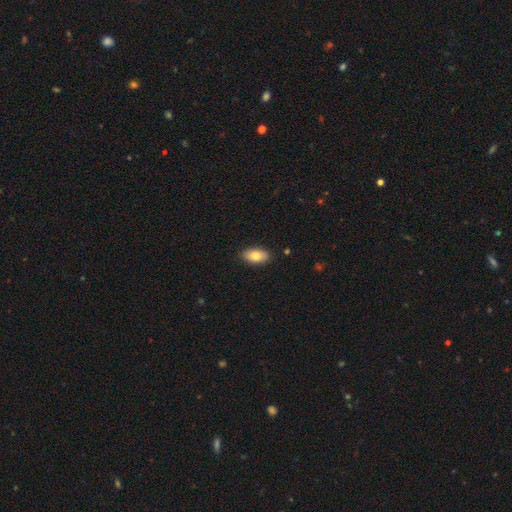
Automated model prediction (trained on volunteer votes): Smooth or featured: smooth — 79% (featured or disk — 14%)
How rounded: in between — 92% (round — 5%)
Merging: none — 89% (minor disturbance — 9%)